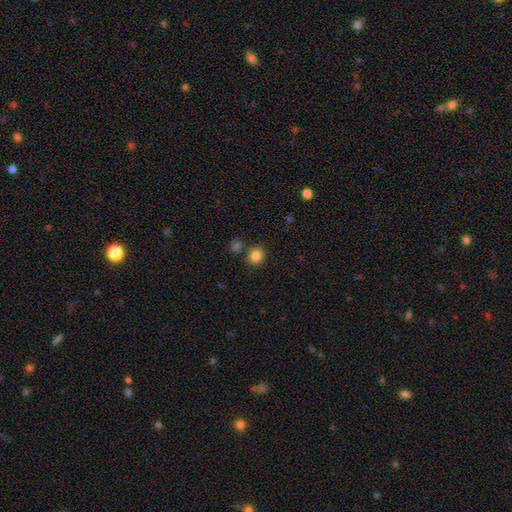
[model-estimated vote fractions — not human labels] A smooth galaxy with no disk features (84%) that is round (86%). Merging: none (80%).